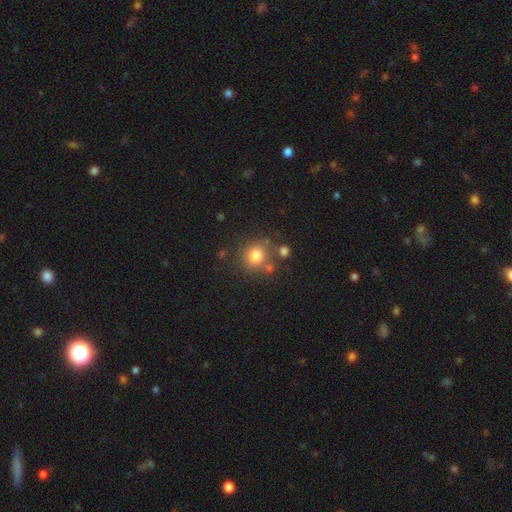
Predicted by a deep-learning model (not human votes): Morphology: type=smooth (77%); roundness=round (85%); merging=none (72%).